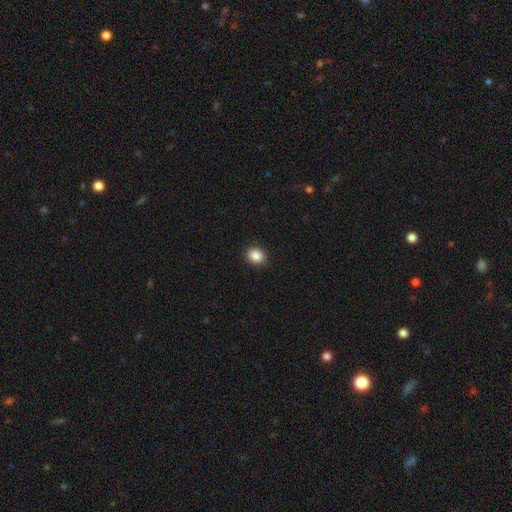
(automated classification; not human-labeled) Overall: smooth (88%). How rounded: round (65%; in between 34%). Merging: none (91%).